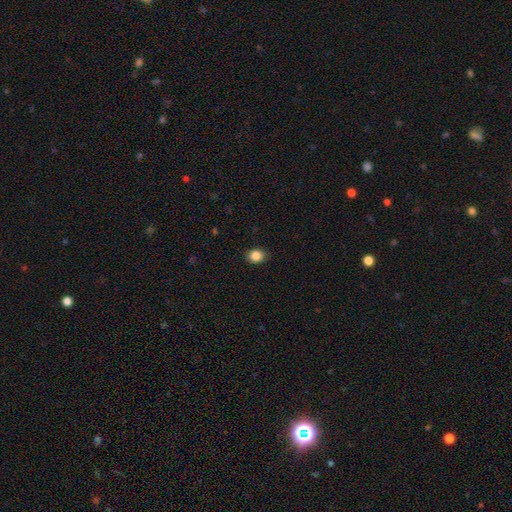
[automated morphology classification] smooth_or_featured: smooth (p=0.86) [alt: star or artifact p=0.10]
how_rounded: round (p=0.56) [alt: in between p=0.43]
merging: none (p=0.87) [alt: minor disturbance p=0.10]